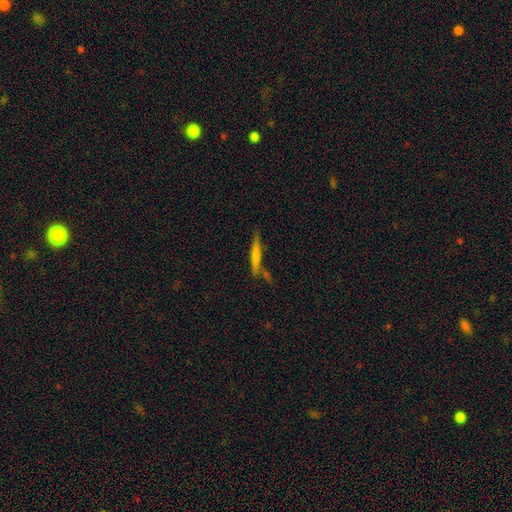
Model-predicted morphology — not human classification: Smooth or featured? Predicted: smooth (p=0.63). How rounded? Predicted: cigar-shaped (p=0.93). Merging? Predicted: none (p=0.69).